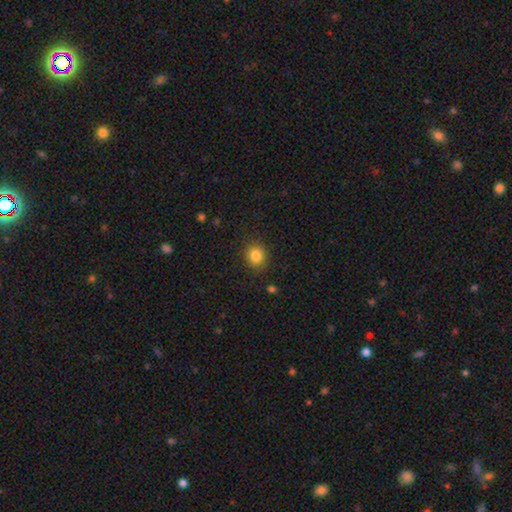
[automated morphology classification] Smooth or featured? Predicted: smooth (p=0.84). How rounded? Predicted: round (p=0.76). Merging? Predicted: none (p=0.87).